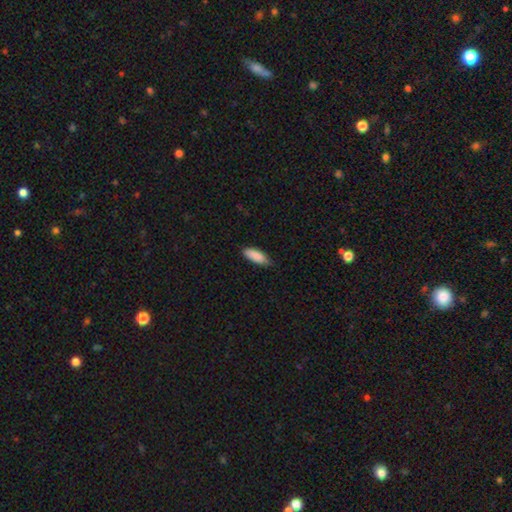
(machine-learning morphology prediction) A smooth galaxy with no disk features (89%) that is in between round and cigar-shaped (72%). Merging: none (74%).